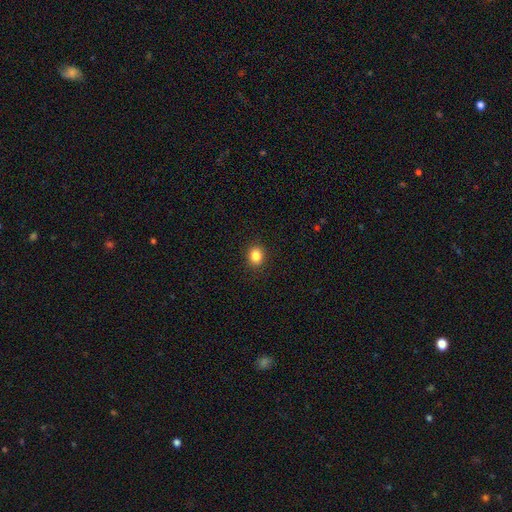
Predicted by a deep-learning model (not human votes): This appears to be a smooth galaxy with no disk features (85%) that is round (61%). Merging: none (91%).